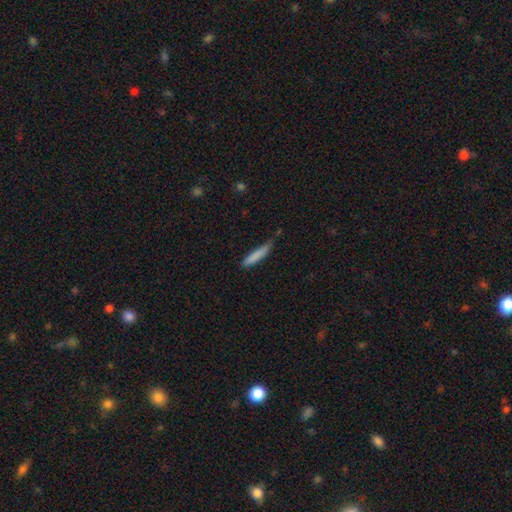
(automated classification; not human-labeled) Smooth or featured: smooth — 83% (featured or disk — 11%)
How rounded: cigar-shaped — 89% (in between — 10%)
Merging: none — 63% (minor disturbance — 29%)